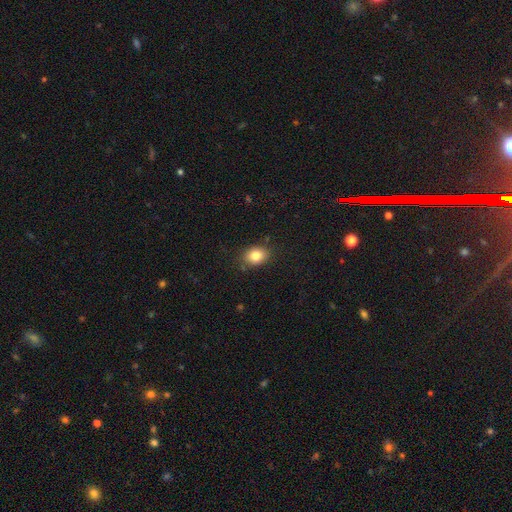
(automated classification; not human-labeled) A smooth galaxy with no disk features (83%) that is in between round and cigar-shaped (65%). Merging: none (83%).